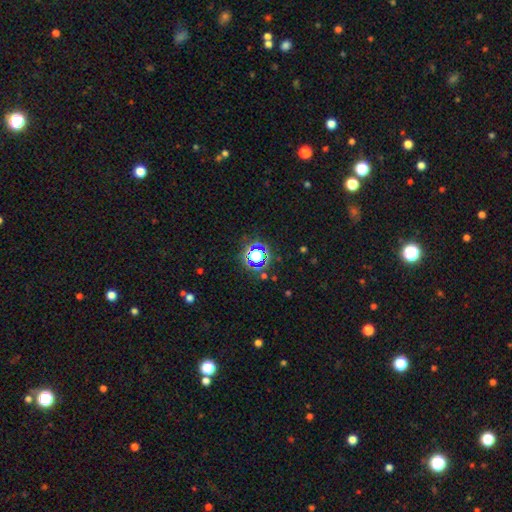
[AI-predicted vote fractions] star or artifact 65%, smooth 24%, featured or disk 11%.